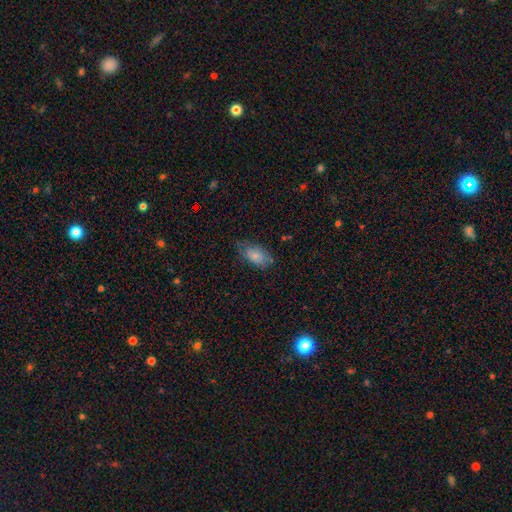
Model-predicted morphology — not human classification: Smooth or featured? smooth (72%)
How rounded? in between (92%)
Merging? none (63%)